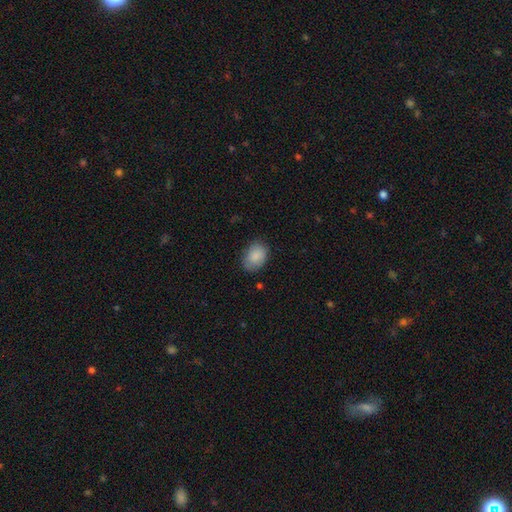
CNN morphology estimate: Smooth or featured? Predicted: smooth (p=0.88). How rounded? Predicted: in between (p=0.81). Merging? Predicted: none (p=0.76).